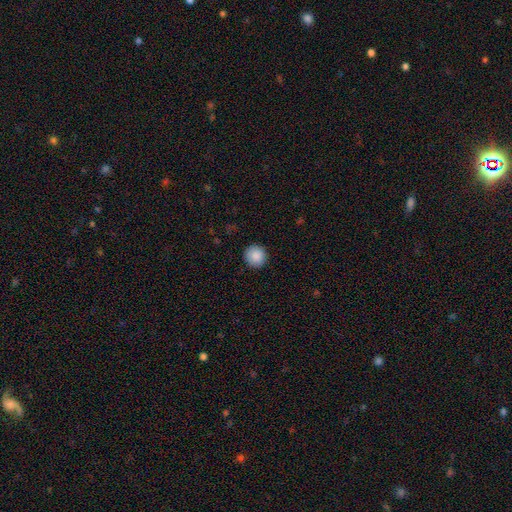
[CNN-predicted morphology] This appears to be a smooth galaxy with no disk features (89%) that is round (94%). Merging: none (91%).